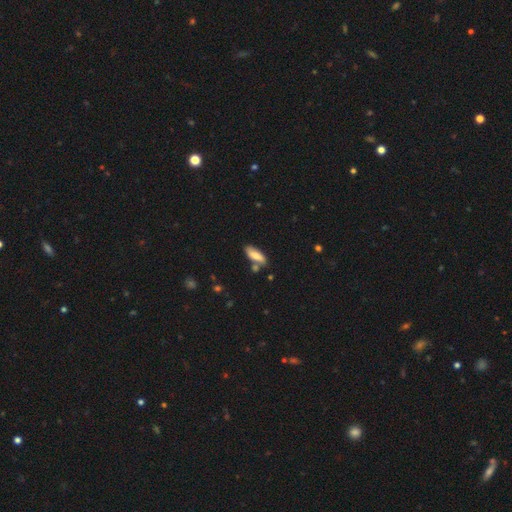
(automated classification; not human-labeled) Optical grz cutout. It shows a smooth galaxy with no disk features (75%) that is in between round and cigar-shaped (67%). Merging: none (67%).